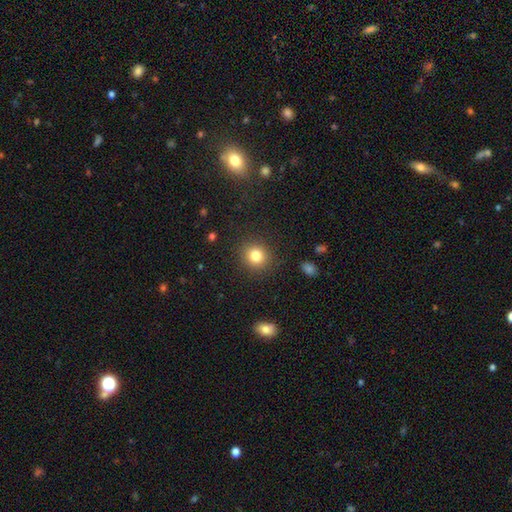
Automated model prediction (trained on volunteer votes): Smooth or featured? Predicted: smooth (p=0.81). How rounded? Predicted: round (p=0.86). Merging? Predicted: none (p=0.89).